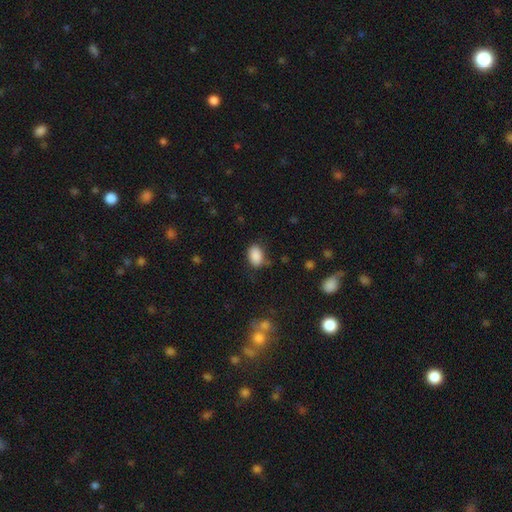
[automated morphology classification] Smooth or featured?
  - smooth: 88% *
  - star or artifact: 8%
  - featured or disk: 4%
How rounded?
  - in between: 84% *
  - round: 15%
  - cigar-shaped: 1%
Merging?
  - none: 74% *
  - minor disturbance: 19%
  - major disturbance: 5%
  - merger: 2%